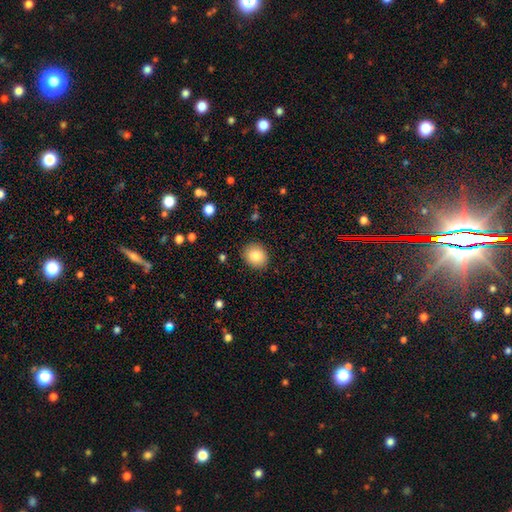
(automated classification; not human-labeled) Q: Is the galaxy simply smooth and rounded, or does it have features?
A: smooth — 84%.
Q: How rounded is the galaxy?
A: round — 70%.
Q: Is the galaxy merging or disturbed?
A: none — 88%.